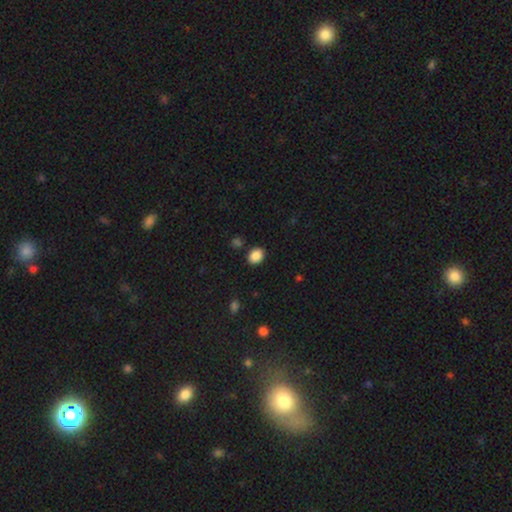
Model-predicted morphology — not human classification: A smooth galaxy with no disk features (88%) that is in between round and cigar-shaped (58%). Merging: none (86%).